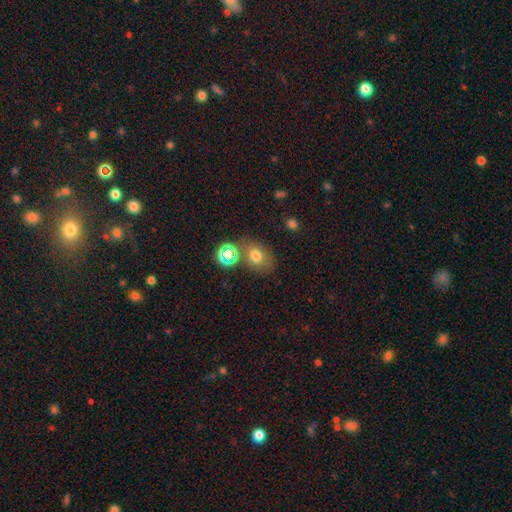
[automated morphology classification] Smooth or featured? Predicted: smooth (p=0.69). How rounded? Predicted: in between (p=0.59). Merging? Predicted: none (p=0.66).